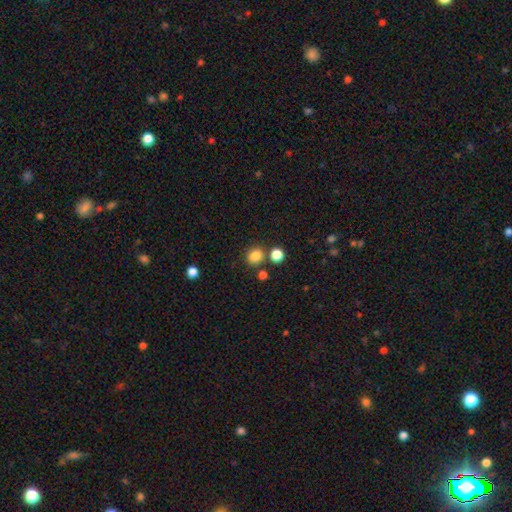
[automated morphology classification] Q: Smooth or featured?
A: smooth (82%); runner-up: star or artifact (13%)
Q: How rounded?
A: round (75%); runner-up: in between (24%)
Q: Merging?
A: none (74%); runner-up: merger (12%)